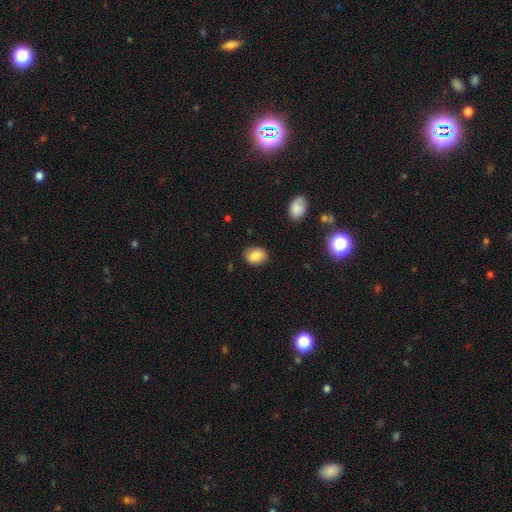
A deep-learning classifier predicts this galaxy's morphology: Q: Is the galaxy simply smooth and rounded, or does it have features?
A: smooth — 85%.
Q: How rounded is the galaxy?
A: in between — 62%.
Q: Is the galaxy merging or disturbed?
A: none — 85%.